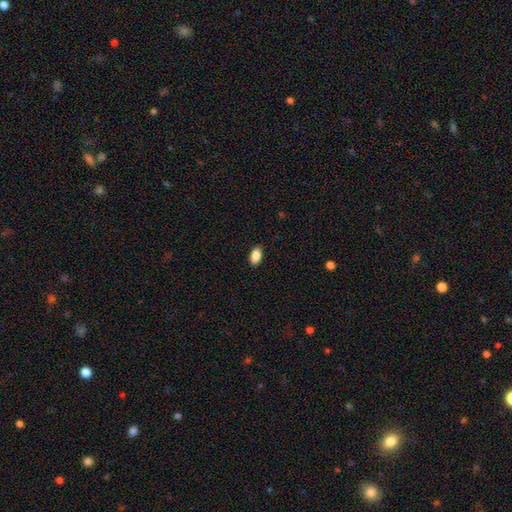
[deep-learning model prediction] Smooth or featured: smooth — 89% (star or artifact — 7%)
How rounded: in between — 93% (round — 5%)
Merging: none — 89% (minor disturbance — 8%)